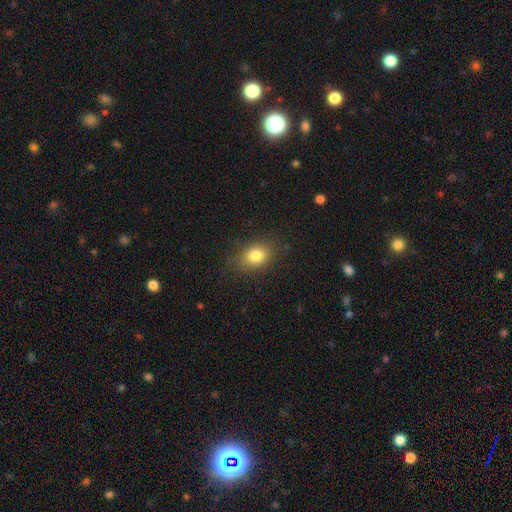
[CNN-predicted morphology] Q: Smooth or featured?
A: smooth (81%); runner-up: star or artifact (10%)
Q: How rounded?
A: in between (73%); runner-up: round (25%)
Q: Merging?
A: none (83%); runner-up: minor disturbance (12%)